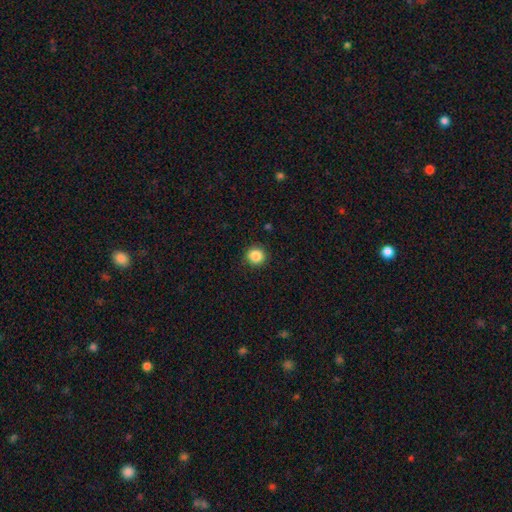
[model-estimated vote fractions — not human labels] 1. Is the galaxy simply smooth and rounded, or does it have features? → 86% smooth, 10% star or artifact, 4% featured or disk.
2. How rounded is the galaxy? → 90% round, 9% in between, 1% cigar-shaped.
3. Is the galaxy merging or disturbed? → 89% none, 8% minor disturbance, 2% major disturbance, 1% merger.